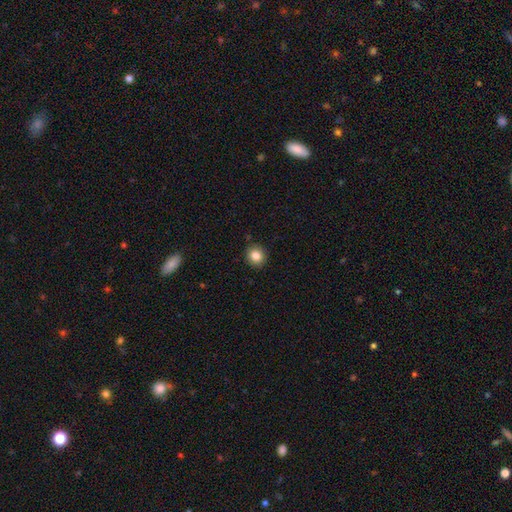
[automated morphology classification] Overall: smooth (84%). How rounded: round (88%). Merging: none (90%).